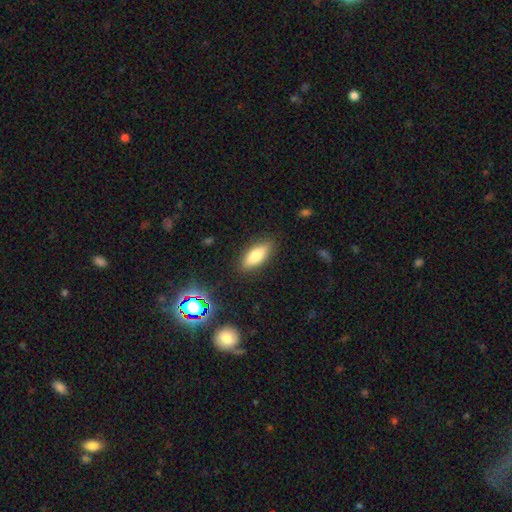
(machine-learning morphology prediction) Q: Smooth or featured?
A: smooth (76%); runner-up: featured or disk (16%)
Q: How rounded?
A: in between (73%); runner-up: cigar-shaped (25%)
Q: Merging?
A: none (87%); runner-up: minor disturbance (10%)